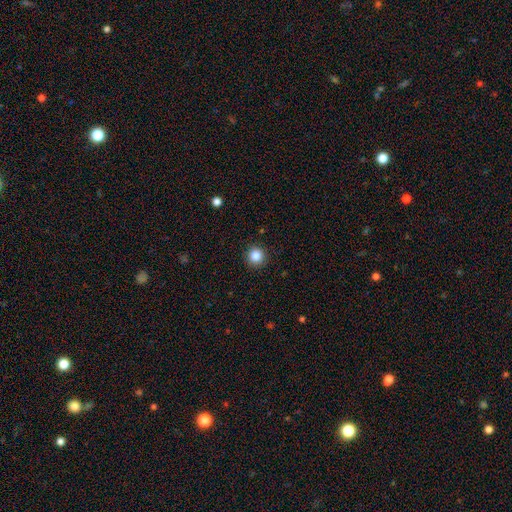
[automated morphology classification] A smooth galaxy with no disk features (84%) that is round (95%). Merging: none (92%).